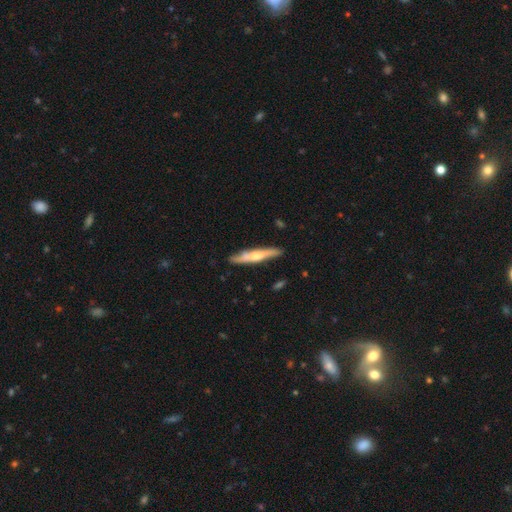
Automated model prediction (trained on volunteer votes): Smooth or featured?
  - featured or disk: 54% *
  - smooth: 41%
  - star or artifact: 5%
Edge-on disk?
  - yes: 87% *
  - no: 13%
Merging?
  - none: 80% *
  - minor disturbance: 15%
  - major disturbance: 3%
  - merger: 3%